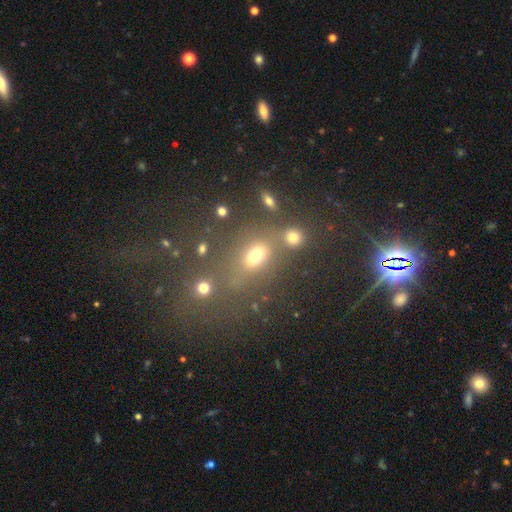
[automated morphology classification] Smooth or featured: smooth — 69% (star or artifact — 19%)
How rounded: in between — 64% (round — 31%)
Merging: none — 55% (merger — 24%)